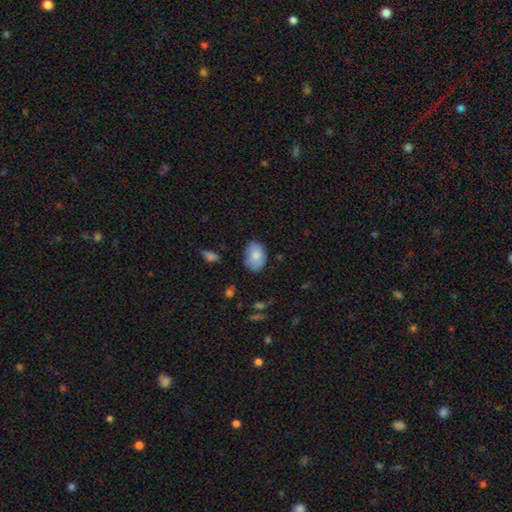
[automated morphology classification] A smooth galaxy with no disk features (81%) that is in between round and cigar-shaped (80%). Merging: none (70%).